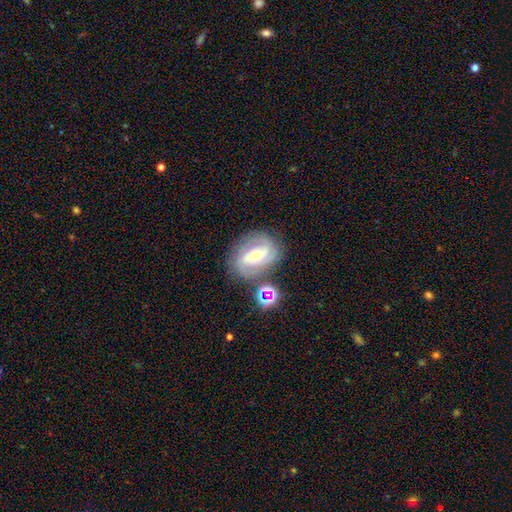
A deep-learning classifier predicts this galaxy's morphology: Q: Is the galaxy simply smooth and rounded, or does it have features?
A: featured or disk — 76%.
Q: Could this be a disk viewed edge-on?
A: no — 96%.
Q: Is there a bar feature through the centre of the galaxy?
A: weak — 41%.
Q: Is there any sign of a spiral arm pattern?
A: yes — 90%.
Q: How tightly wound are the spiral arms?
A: tight — 45%.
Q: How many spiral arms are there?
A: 2 — 56%.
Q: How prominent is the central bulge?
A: moderate — 56%.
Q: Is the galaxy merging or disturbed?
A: none — 71%.